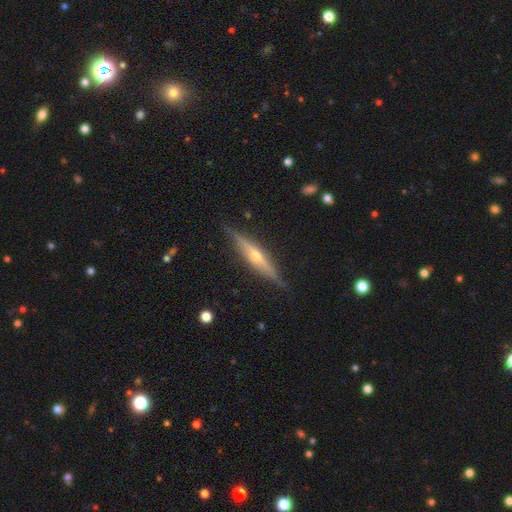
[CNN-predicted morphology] This appears to be a featured or disk galaxy (77%) viewed edge-on (96%) with a rounded central bulge (84%). Merging: none (88%).